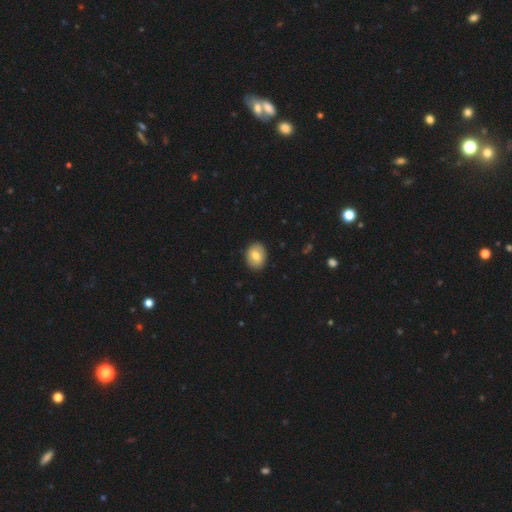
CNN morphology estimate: The model was most divided on "how rounded": in between: 62%, round: 36%, cigar-shaped: 1%. More confident: merging — none (90%); smooth or featured — smooth (76%).